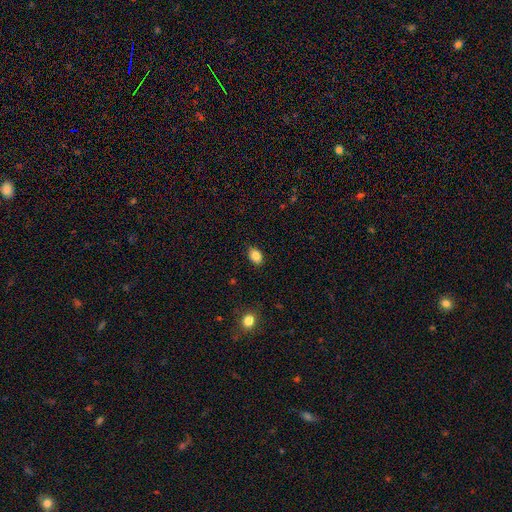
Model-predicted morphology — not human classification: A smooth galaxy with no disk features (85%) that is in between round and cigar-shaped (77%).

Vote fractions:
- Smooth or featured? smooth: 85% / star or artifact: 9% / featured or disk: 5%
- How rounded? in between: 77% / round: 22% / cigar-shaped: 1%
- Merging? none: 87% / minor disturbance: 10% / major disturbance: 2% / merger: 1%